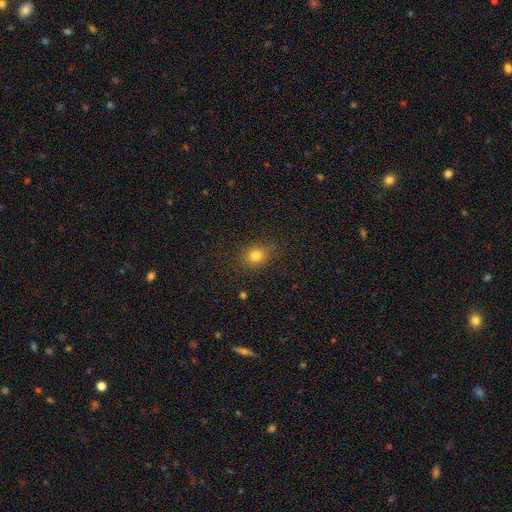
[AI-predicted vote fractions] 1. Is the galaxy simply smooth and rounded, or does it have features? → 80% smooth, 14% star or artifact, 7% featured or disk.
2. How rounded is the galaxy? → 63% round, 36% in between, 1% cigar-shaped.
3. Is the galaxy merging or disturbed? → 83% none, 12% minor disturbance, 4% major disturbance, 1% merger.